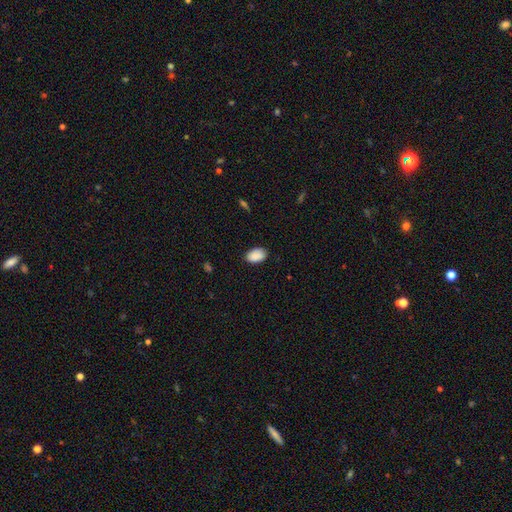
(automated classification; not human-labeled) Smooth or featured? smooth (90%)
How rounded? in between (91%)
Merging? none (85%)